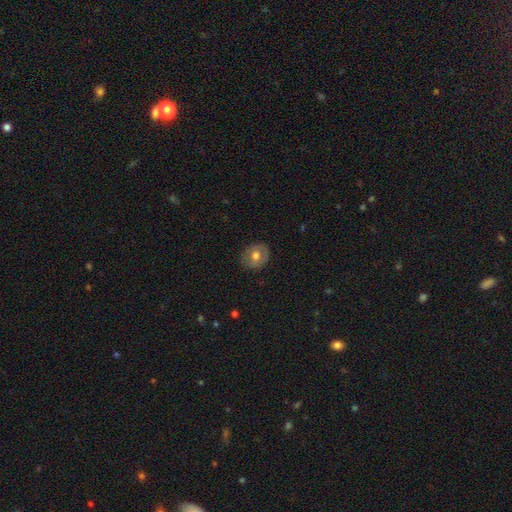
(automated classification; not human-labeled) smooth-or-featured: smooth: 60% | featured or disk: 33% | star or artifact: 7%
  how-rounded: round: 69% | in between: 30% | cigar-shaped: 1%
  merging: none: 81% | minor disturbance: 14% | major disturbance: 4% | merger: 1%